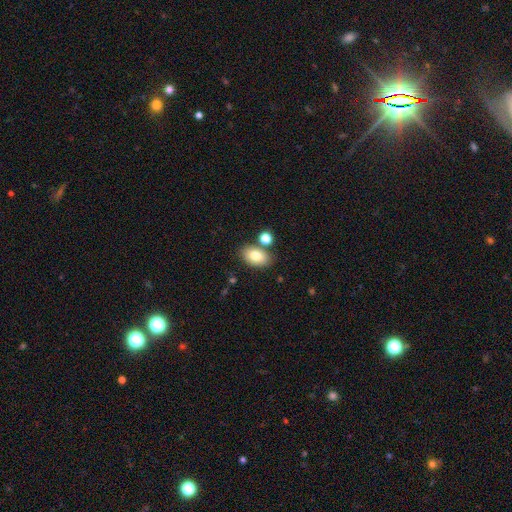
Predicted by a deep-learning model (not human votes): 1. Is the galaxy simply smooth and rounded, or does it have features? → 79% smooth, 12% featured or disk, 9% star or artifact.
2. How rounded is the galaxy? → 86% in between, 13% round, 1% cigar-shaped.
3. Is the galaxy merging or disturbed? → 72% none, 13% minor disturbance, 12% merger, 3% major disturbance.